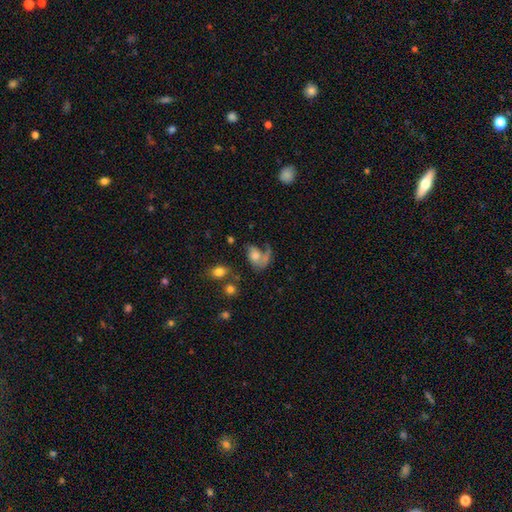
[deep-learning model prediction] Morphology: type=featured or disk (50%); merging=major disturbance (37%).